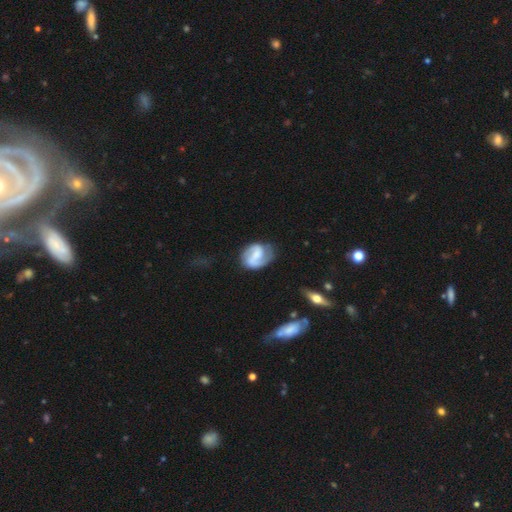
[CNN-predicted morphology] Smooth or featured: featured or disk — 77% (smooth — 17%)
Edge-on disk: no — 98% (yes — 2%)
Bar: weak — 46% (no — 27%)
Spiral arms: yes — 94% (no — 6%)
Spiral winding: medium — 47% (loose — 29%)
Spiral arm count: 2 — 88% (can't tell — 5%)
Bulge size: small — 32% (moderate — 30%)
Merging: none — 72% (minor disturbance — 18%)